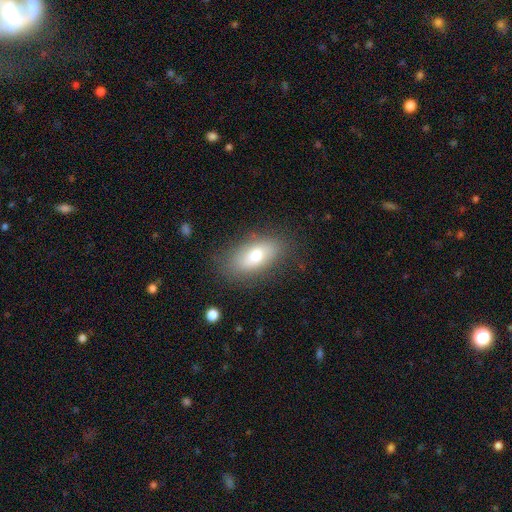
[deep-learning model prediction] This appears to be a smooth galaxy with no disk features (70%) that is in between round and cigar-shaped (88%). Merging: none (79%).